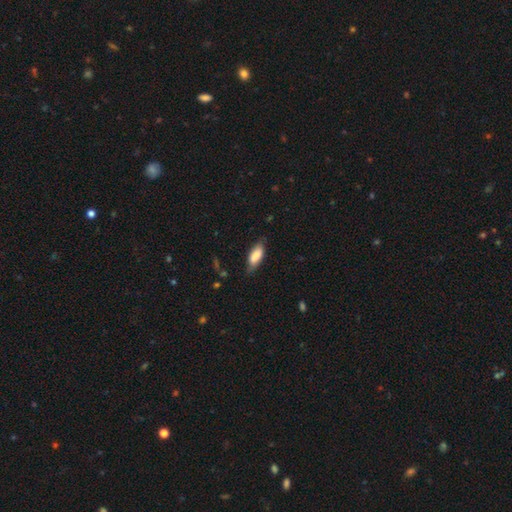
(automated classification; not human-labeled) A smooth galaxy with no disk features (82%) that is in between round and cigar-shaped (78%). Merging: none (68%).